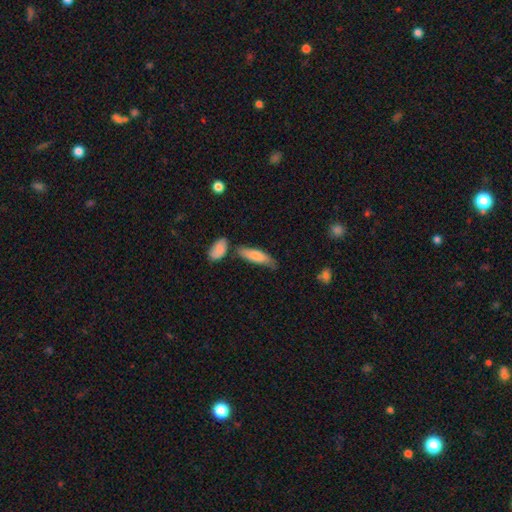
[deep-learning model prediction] smooth-or-featured: smooth: 78% | featured or disk: 16% | star or artifact: 6%
  how-rounded: in between: 50% | cigar-shaped: 48% | round: 2%
  merging: none: 59% | minor disturbance: 24% | merger: 11% | major disturbance: 6%